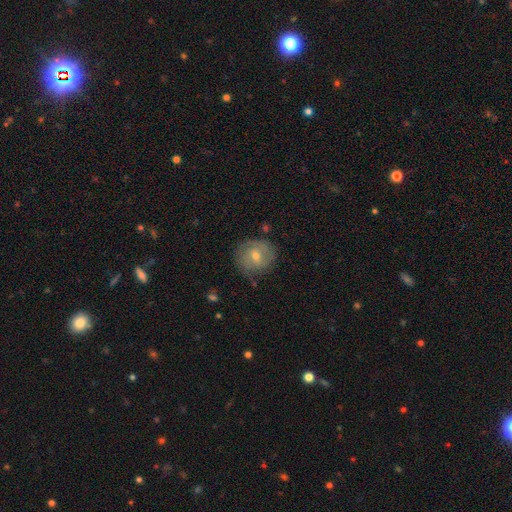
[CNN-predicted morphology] Overall: featured or disk (59%; smooth 32%). Edge-on disk: no (97%). Bar: no (51%; weak 41%). Spiral arms: yes (79%). Bulge size: moderate (49%; small 47%). Merging: none (76%).